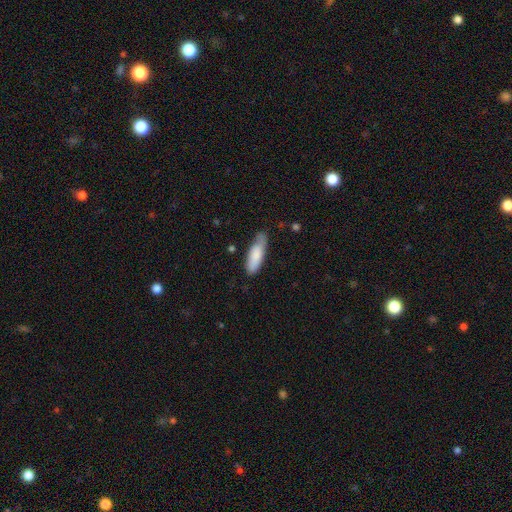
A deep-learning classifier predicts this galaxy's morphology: smooth-or-featured: smooth: 80% | featured or disk: 14% | star or artifact: 5%
  how-rounded: in between: 53% | cigar-shaped: 45% | round: 2%
  merging: none: 61% | minor disturbance: 30% | major disturbance: 6% | merger: 2%